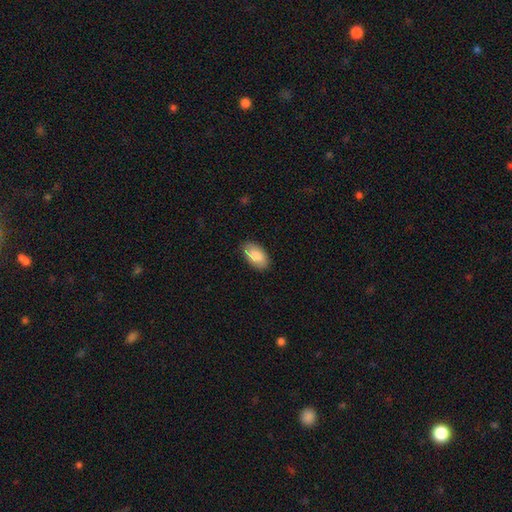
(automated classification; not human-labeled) smooth-or-featured: smooth: 82% | featured or disk: 12% | star or artifact: 6%
  how-rounded: in between: 95% | round: 3% | cigar-shaped: 2%
  merging: none: 82% | minor disturbance: 14% | major disturbance: 2% | merger: 1%